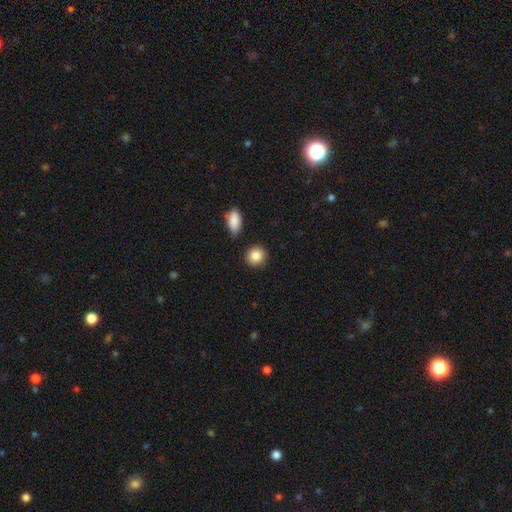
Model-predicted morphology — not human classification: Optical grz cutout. It shows a smooth galaxy with no disk features (87%) that is round (84%). Merging: none (86%).